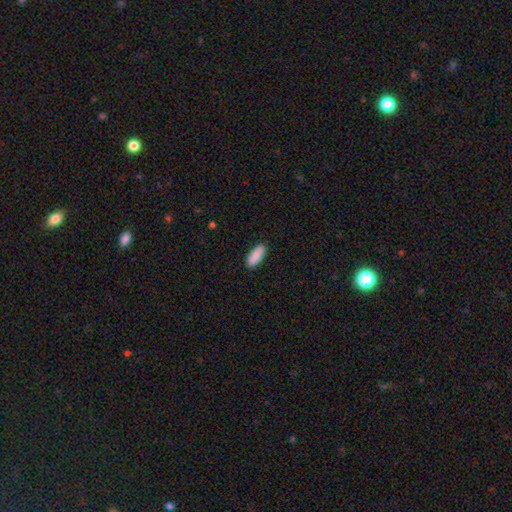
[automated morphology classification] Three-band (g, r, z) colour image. It shows a smooth galaxy with no disk features (90%) that is in between round and cigar-shaped (75%). Merging: none (90%).